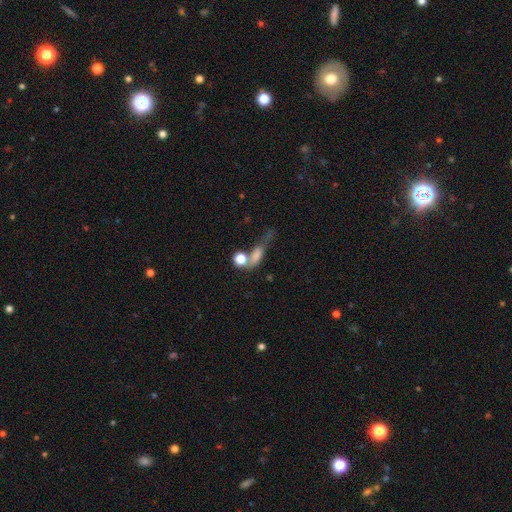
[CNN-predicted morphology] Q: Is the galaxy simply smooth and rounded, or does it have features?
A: smooth — 67%.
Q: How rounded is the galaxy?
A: in between — 45%.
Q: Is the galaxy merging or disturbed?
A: none — 33%.